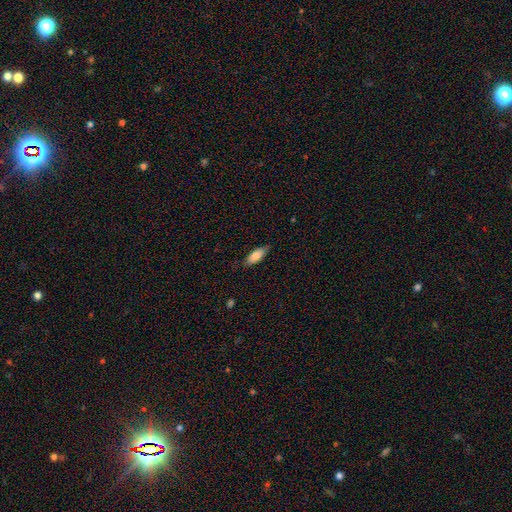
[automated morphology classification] This appears to be a smooth galaxy with no disk features (78%) that is in between round and cigar-shaped (69%). Merging: none (80%).